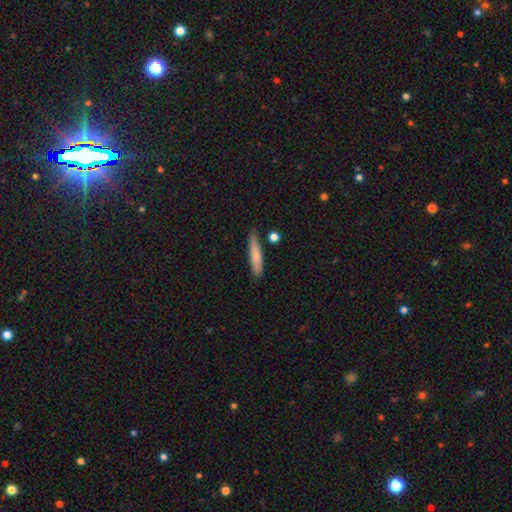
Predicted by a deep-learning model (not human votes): This is likely a smooth galaxy (75%). How rounded: clearly cigar-shaped (89%). Merging: clearly none (81%).